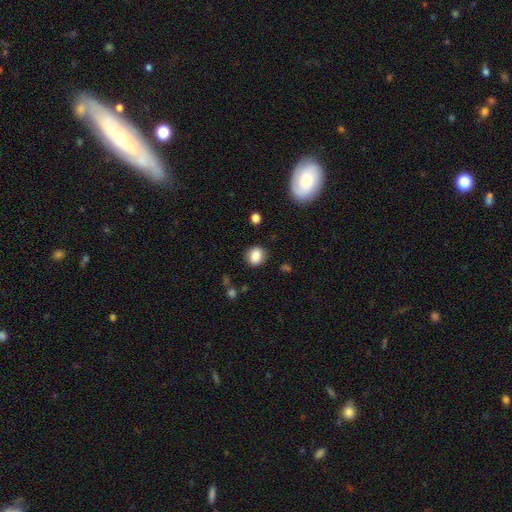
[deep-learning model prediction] smooth-or-featured: smooth: 86% | star or artifact: 9% | featured or disk: 5%
  how-rounded: round: 64% | in between: 35% | cigar-shaped: 1%
  merging: none: 87% | minor disturbance: 9% | major disturbance: 3% | merger: 2%